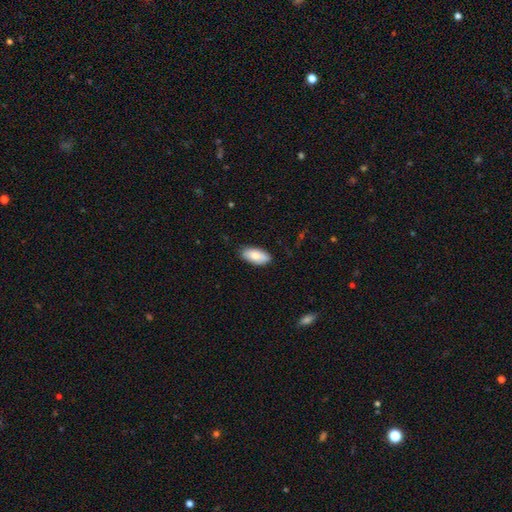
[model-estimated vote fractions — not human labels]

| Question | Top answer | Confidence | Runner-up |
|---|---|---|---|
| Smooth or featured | smooth | 81% | featured or disk (13%) |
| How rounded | in between | 92% | cigar-shaped (6%) |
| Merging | none | 85% | minor disturbance (12%) |